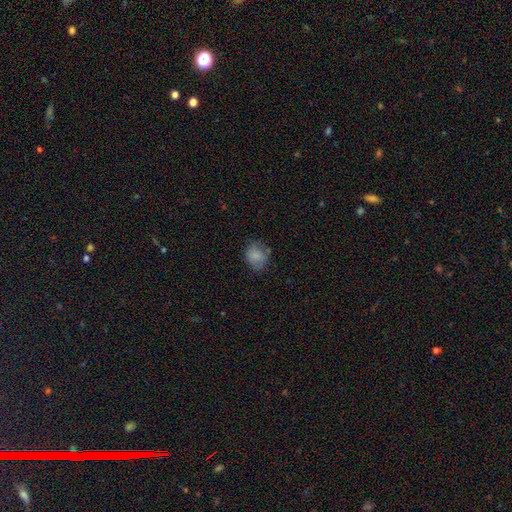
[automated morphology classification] Smooth or featured? smooth (77%)
How rounded? round (57%)
Merging? none (63%)